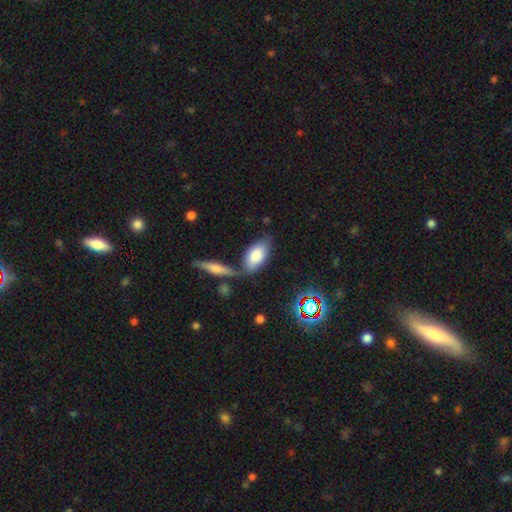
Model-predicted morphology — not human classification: This appears to be a smooth galaxy with no disk features (80%) that is in between round and cigar-shaped (91%). Merging: none (62%).